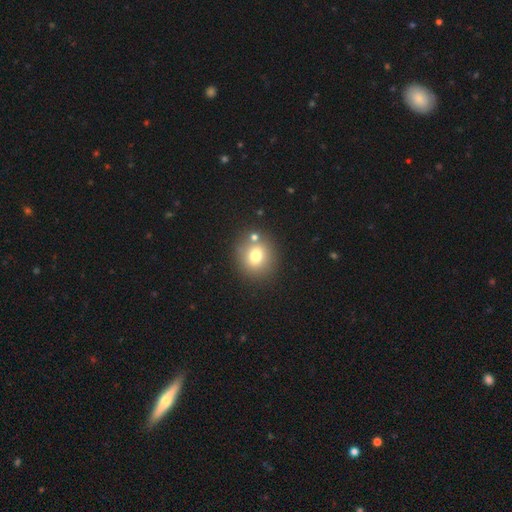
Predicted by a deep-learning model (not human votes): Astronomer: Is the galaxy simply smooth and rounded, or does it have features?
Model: smooth — 75%.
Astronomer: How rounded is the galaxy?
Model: round — 82%.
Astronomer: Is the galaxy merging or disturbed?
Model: none — 77%.